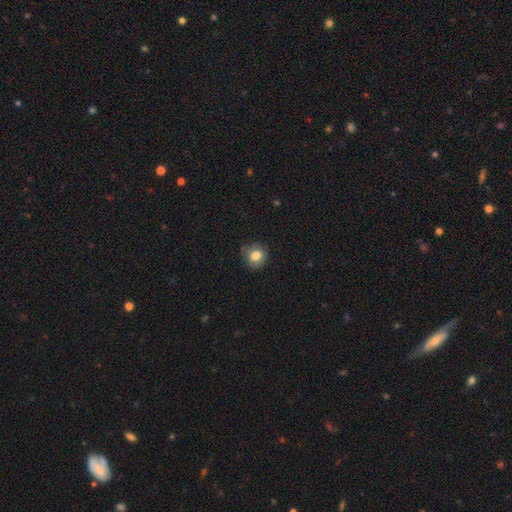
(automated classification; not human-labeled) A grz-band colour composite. It shows a smooth galaxy with no disk features (82%) that is round (82%). Merging: none (76%).